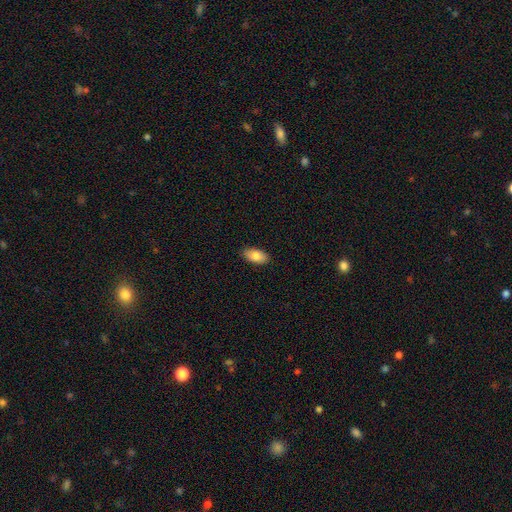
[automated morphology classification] This appears to be a smooth galaxy with no disk features (84%) that is in between round and cigar-shaped (93%). Merging: none (89%).